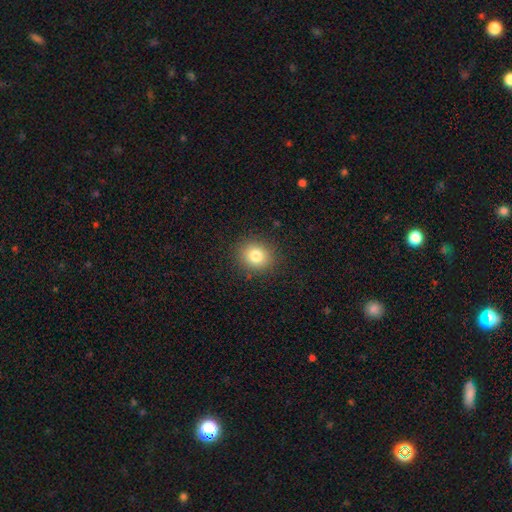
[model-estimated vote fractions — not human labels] smooth_or_featured: smooth (p=0.81) [alt: star or artifact p=0.11]
how_rounded: round (p=0.76) [alt: in between p=0.23]
merging: none (p=0.89) [alt: minor disturbance p=0.07]